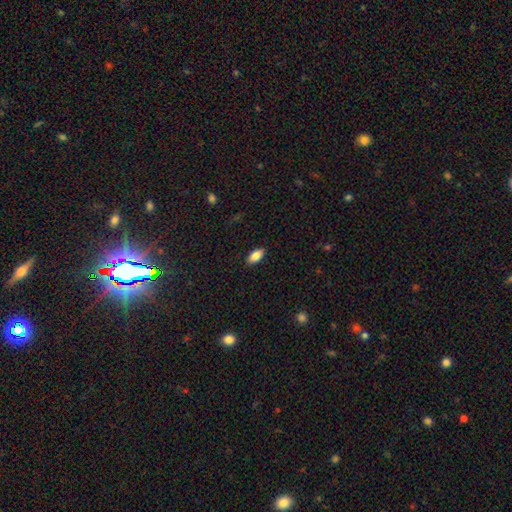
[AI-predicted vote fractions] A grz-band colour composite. It shows a smooth galaxy with no disk features (86%) that is in between round and cigar-shaped (92%). Merging: none (89%).